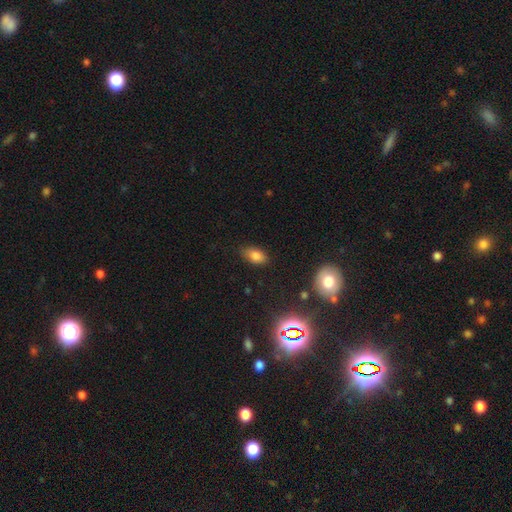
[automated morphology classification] type=smooth (81%); roundness=in between (89%); merging=none (80%).